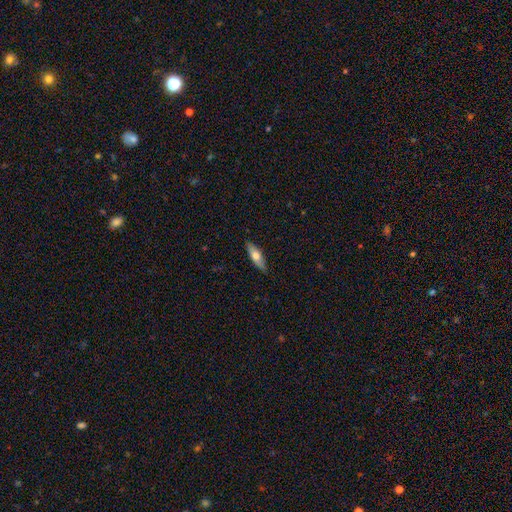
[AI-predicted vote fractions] Smooth or featured? Predicted: smooth (p=0.58). How rounded? Predicted: in between (p=0.51). Merging? Predicted: none (p=0.87).